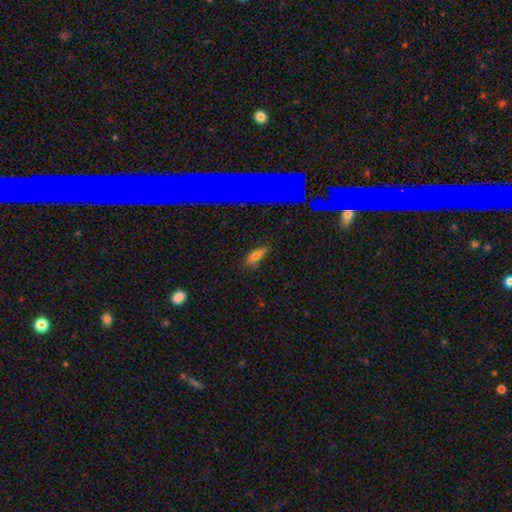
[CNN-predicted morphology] Smooth or featured? Predicted: smooth (p=0.61). How rounded? Predicted: in between (p=0.72). Merging? Predicted: none (p=0.74).